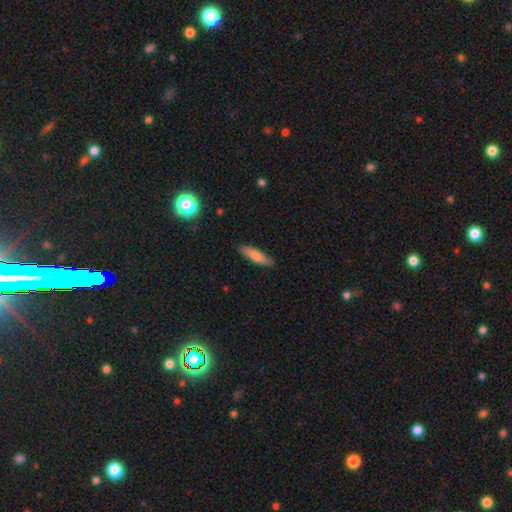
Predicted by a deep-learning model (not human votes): Smooth or featured? Predicted: smooth (p=0.79). How rounded? Predicted: cigar-shaped (p=0.72). Merging? Predicted: none (p=0.87).